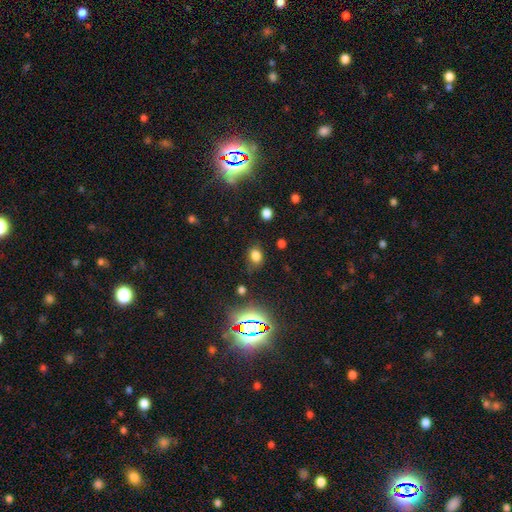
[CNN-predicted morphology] This is likely a smooth galaxy (74%). How rounded: likely in between (60%). Merging: likely none (72%).